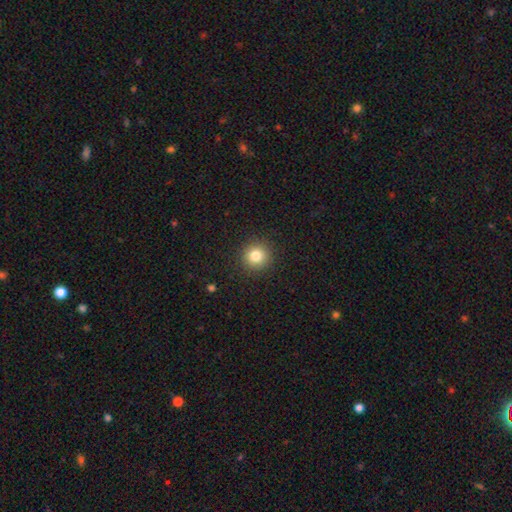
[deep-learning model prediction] smooth 82%, star or artifact 12%, featured or disk 6%. Down the decision tree: how rounded — round (94%); merging — none (91%).